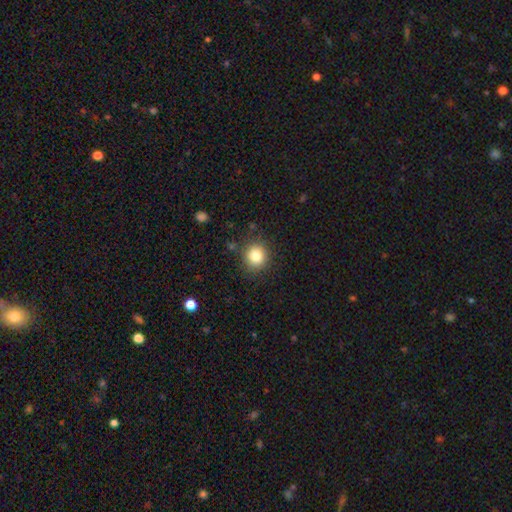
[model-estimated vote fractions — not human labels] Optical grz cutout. It shows a smooth galaxy with no disk features (82%) that is round (88%). Merging: none (87%).